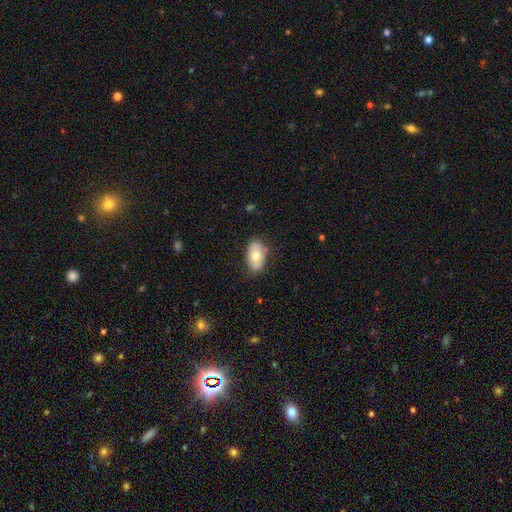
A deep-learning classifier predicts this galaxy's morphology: The model was most divided on "smooth or featured": smooth: 64%, featured or disk: 29%, star or artifact: 7%. More confident: how rounded — in between (91%); merging — none (78%).